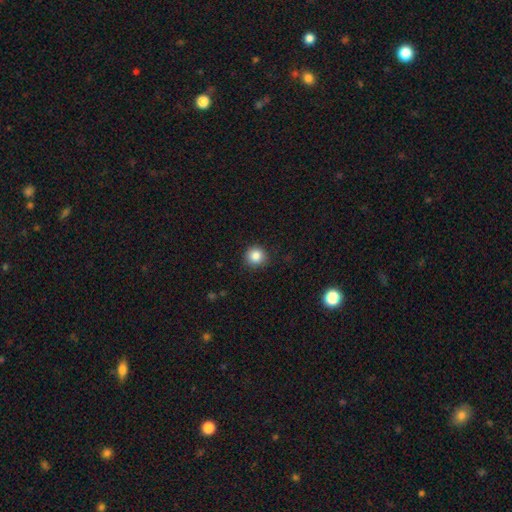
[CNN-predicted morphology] smooth_or_featured: smooth (p=0.85) [alt: star or artifact p=0.10]
how_rounded: round (p=0.93) [alt: in between p=0.06]
merging: none (p=0.89) [alt: minor disturbance p=0.08]